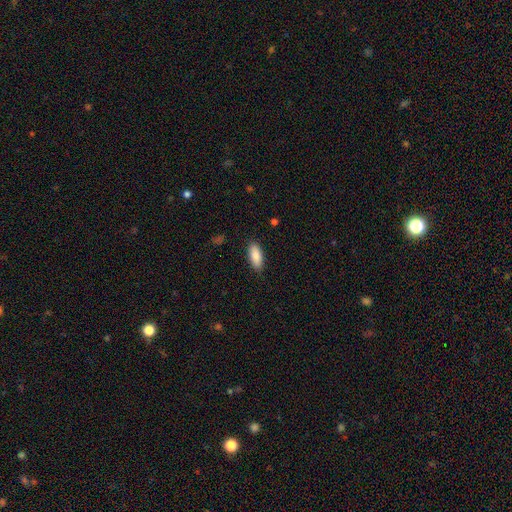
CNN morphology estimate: Smooth or featured: smooth — 88% (star or artifact — 6%)
How rounded: in between — 81% (cigar-shaped — 17%)
Merging: none — 88% (minor disturbance — 9%)